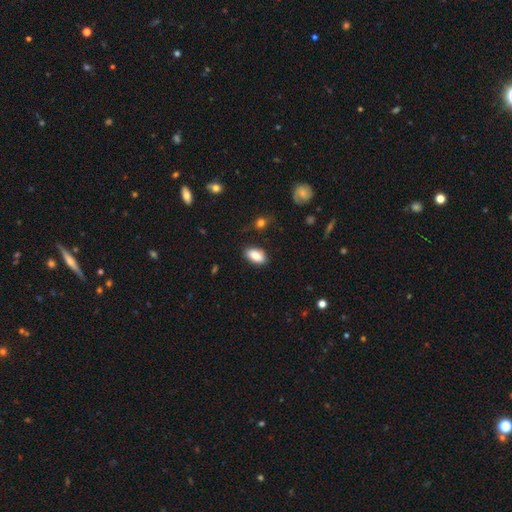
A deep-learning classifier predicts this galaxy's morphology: Q: Smooth or featured?
A: smooth (86%); runner-up: star or artifact (7%)
Q: How rounded?
A: in between (92%); runner-up: round (4%)
Q: Merging?
A: none (84%); runner-up: minor disturbance (12%)